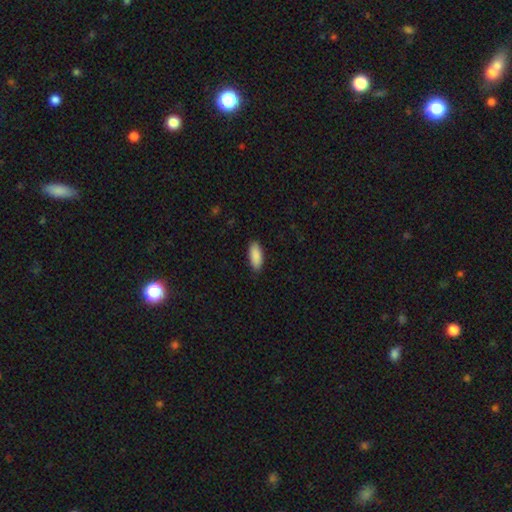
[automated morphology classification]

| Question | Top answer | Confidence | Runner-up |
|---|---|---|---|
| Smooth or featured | smooth | 90% | star or artifact (6%) |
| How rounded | in between | 81% | cigar-shaped (18%) |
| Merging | none | 88% | minor disturbance (9%) |